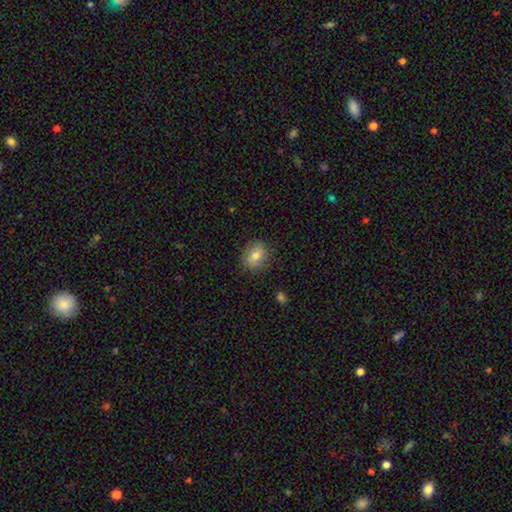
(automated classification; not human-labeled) A smooth galaxy with no disk features (77%) that is in between round and cigar-shaped (55%).

Vote fractions:
- Smooth or featured? smooth: 77% / featured or disk: 14% / star or artifact: 9%
- How rounded? in between: 55% / round: 43% / cigar-shaped: 2%
- Merging? none: 85% / minor disturbance: 11% / major disturbance: 3% / merger: 1%